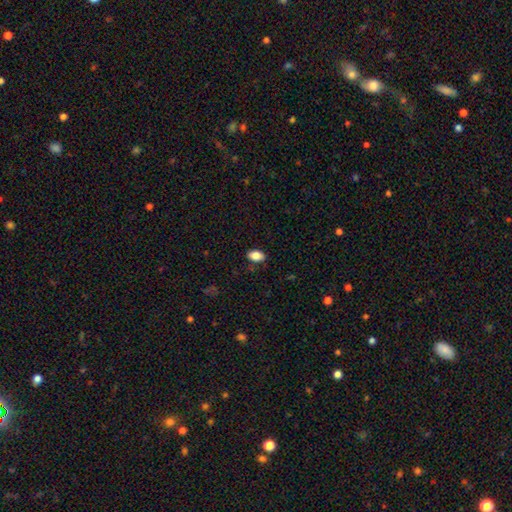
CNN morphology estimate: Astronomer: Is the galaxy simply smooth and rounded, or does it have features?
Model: smooth — 86%.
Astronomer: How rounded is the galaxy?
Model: in between — 90%.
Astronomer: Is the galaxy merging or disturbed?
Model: none — 85%.